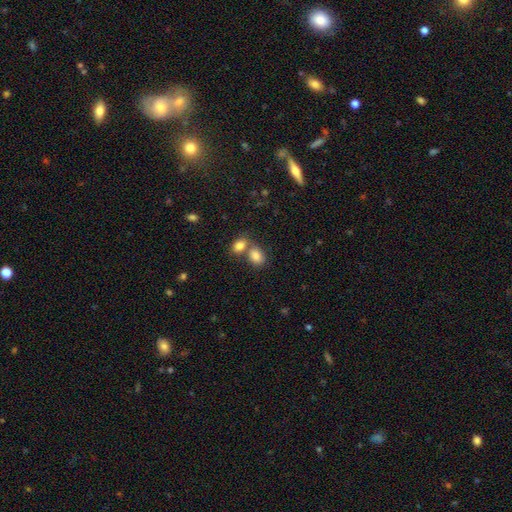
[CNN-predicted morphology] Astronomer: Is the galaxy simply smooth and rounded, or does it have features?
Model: smooth — 84%.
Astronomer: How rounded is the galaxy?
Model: in between — 77%.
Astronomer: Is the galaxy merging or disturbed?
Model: merger — 50% (runner-up: none, 39%).